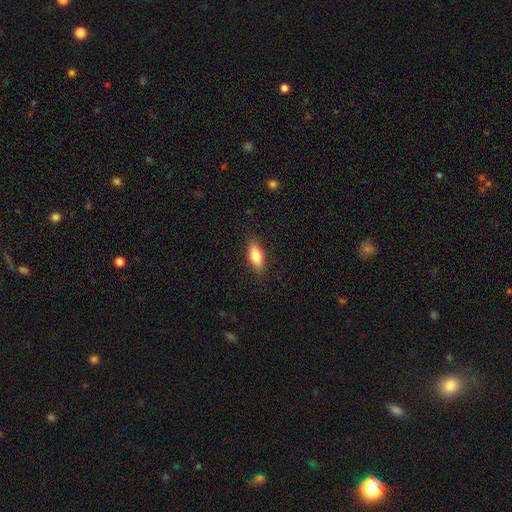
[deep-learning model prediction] Smooth or featured? Predicted: smooth (p=0.72). How rounded? Predicted: in between (p=0.72). Merging? Predicted: none (p=0.86).